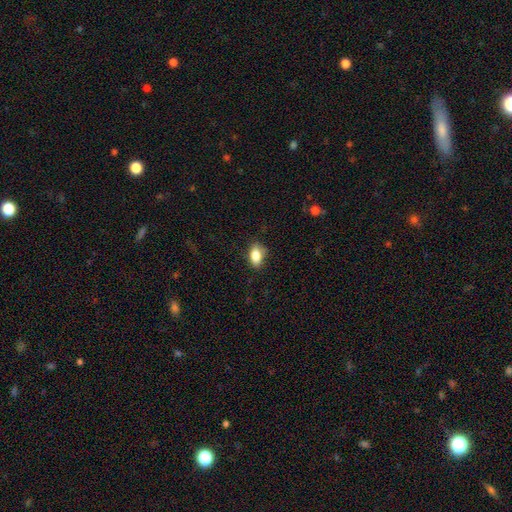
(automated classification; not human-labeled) Smooth or featured? Predicted: smooth (p=0.83). How rounded? Predicted: in between (p=0.87). Merging? Predicted: none (p=0.80).